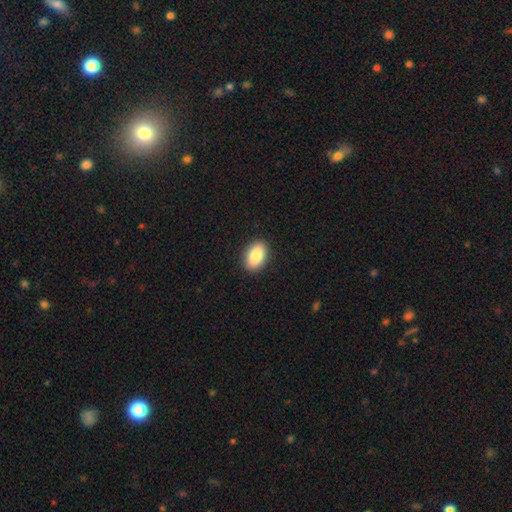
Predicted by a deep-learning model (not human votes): Morphology: type=smooth (88%); roundness=in between (91%); merging=none (90%).